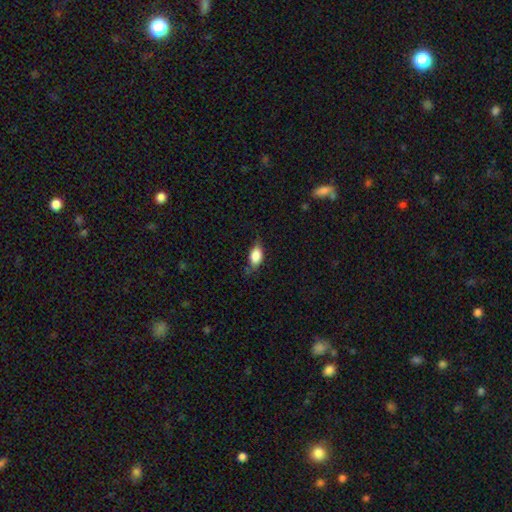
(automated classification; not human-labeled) A smooth galaxy with no disk features (81%) that is in between round and cigar-shaped (86%). Merging: none (67%).